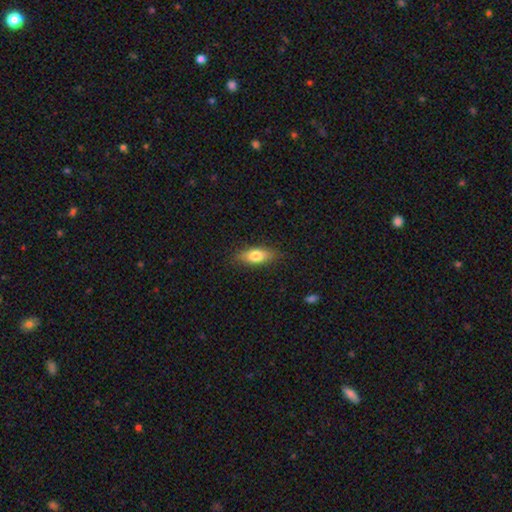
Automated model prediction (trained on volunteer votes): Q: Smooth or featured?
A: smooth (76%); runner-up: featured or disk (17%)
Q: How rounded?
A: in between (76%); runner-up: cigar-shaped (20%)
Q: Merging?
A: none (85%); runner-up: minor disturbance (11%)